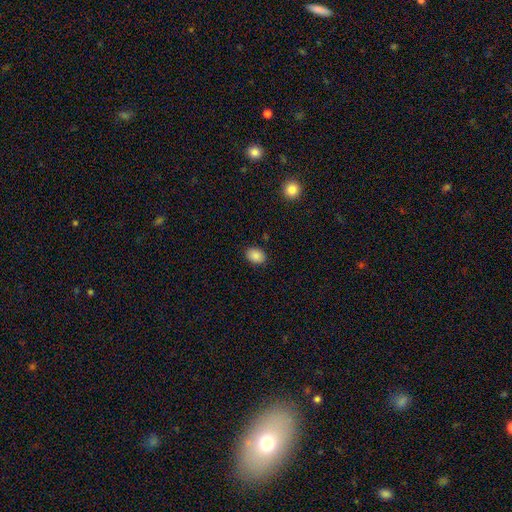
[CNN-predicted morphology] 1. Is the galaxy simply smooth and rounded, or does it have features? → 87% smooth, 9% star or artifact, 4% featured or disk.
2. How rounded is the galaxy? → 71% in between, 29% round, 1% cigar-shaped.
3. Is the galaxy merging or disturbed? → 87% none, 9% minor disturbance, 2% major disturbance, 1% merger.